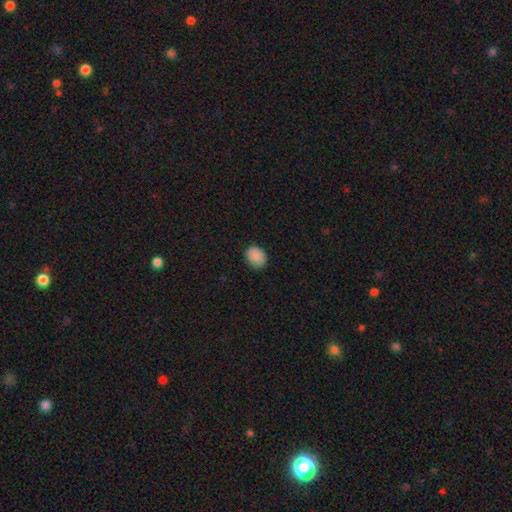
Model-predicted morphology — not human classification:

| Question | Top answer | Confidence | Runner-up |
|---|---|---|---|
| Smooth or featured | smooth | 88% | star or artifact (8%) |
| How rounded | round | 50% | in between (49%) |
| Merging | none | 83% | minor disturbance (14%) |